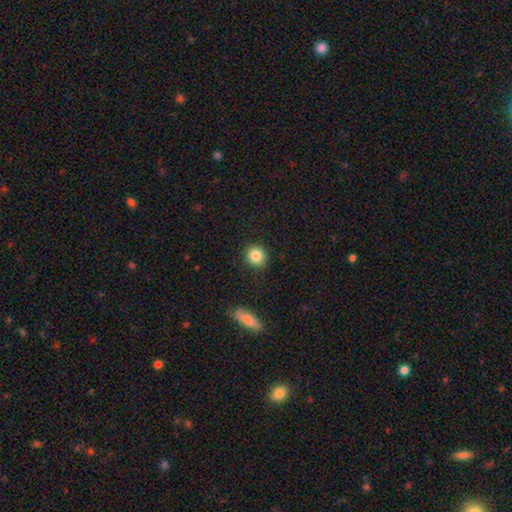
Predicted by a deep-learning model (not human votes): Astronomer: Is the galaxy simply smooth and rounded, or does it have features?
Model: smooth — 85%.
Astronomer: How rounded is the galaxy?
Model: round — 87%.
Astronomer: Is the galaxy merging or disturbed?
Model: none — 90%.